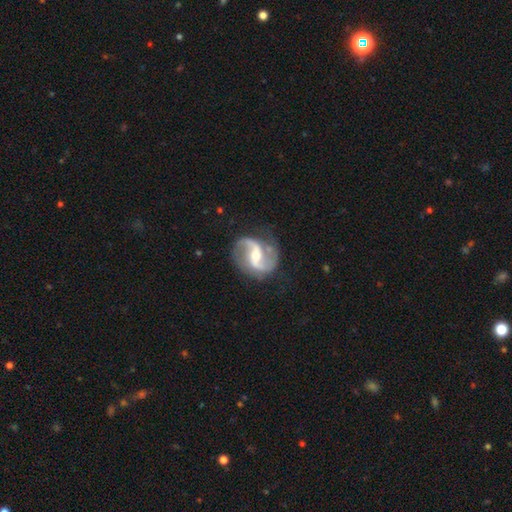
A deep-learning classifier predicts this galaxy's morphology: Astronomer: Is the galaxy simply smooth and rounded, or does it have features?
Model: featured or disk — 91%.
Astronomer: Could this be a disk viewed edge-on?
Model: no — 98%.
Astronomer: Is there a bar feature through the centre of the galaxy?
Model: weak — 44% (runner-up: strong, 32%).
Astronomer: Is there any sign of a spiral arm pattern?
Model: yes — 98%.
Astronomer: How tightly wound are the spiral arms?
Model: medium — 46% (runner-up: loose, 45%).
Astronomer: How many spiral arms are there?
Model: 2 — 94%.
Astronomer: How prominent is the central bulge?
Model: moderate — 58% (runner-up: small, 34%).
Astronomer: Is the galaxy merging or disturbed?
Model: none — 79%.